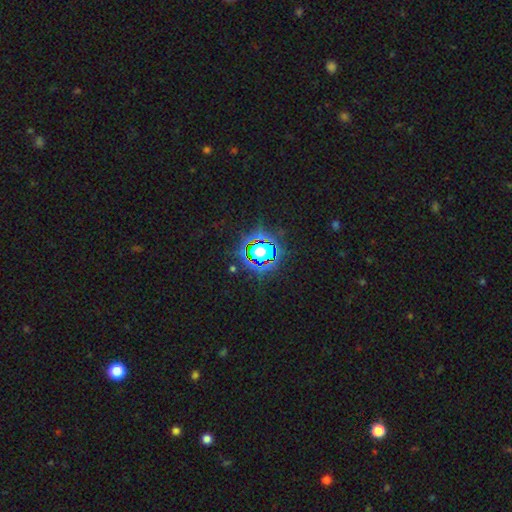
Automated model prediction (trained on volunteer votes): A star or artifact, not a galaxy (79%).

Vote fractions:
- Smooth or featured? star or artifact: 79% / smooth: 13% / featured or disk: 8%